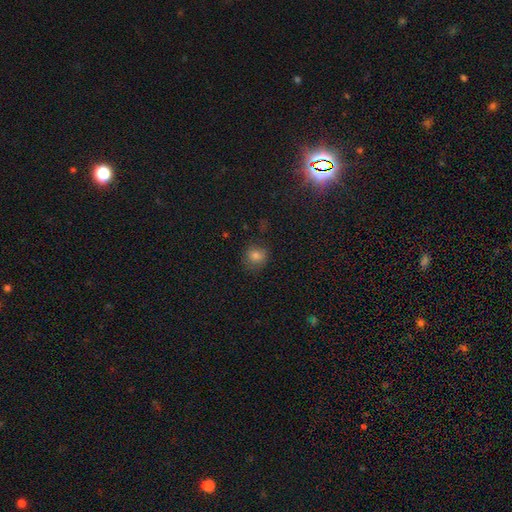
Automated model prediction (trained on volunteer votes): Smooth or featured? smooth (80%)
How rounded? round (80%)
Merging? none (77%)